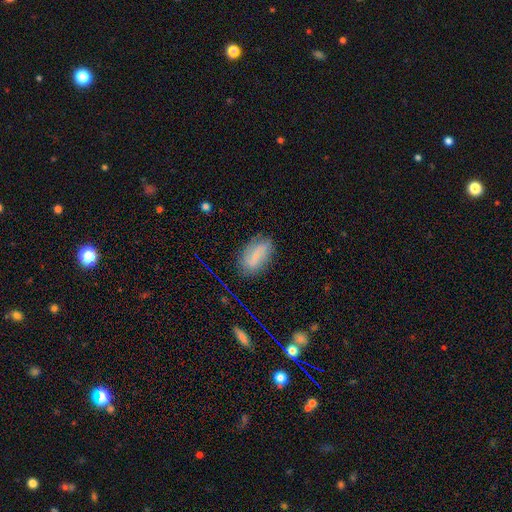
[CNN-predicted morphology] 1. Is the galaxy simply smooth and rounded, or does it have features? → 67% smooth, 24% featured or disk, 9% star or artifact.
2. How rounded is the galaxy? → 88% in between, 8% cigar-shaped, 5% round.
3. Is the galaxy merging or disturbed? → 74% none, 19% minor disturbance, 5% major disturbance, 2% merger.